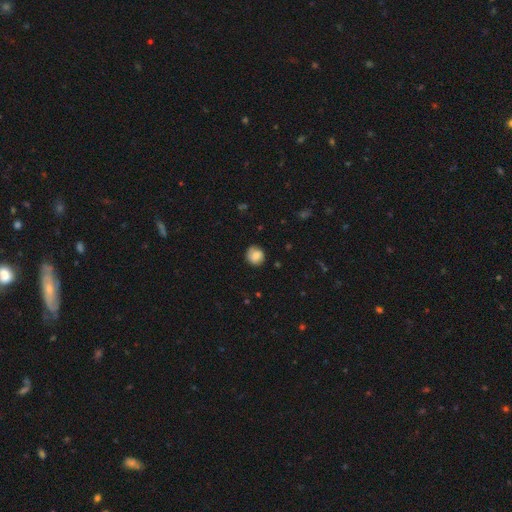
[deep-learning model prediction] smooth_or_featured: smooth (p=0.78) [alt: featured or disk p=0.14]
how_rounded: round (p=0.87) [alt: in between p=0.12]
merging: none (p=0.83) [alt: minor disturbance p=0.13]